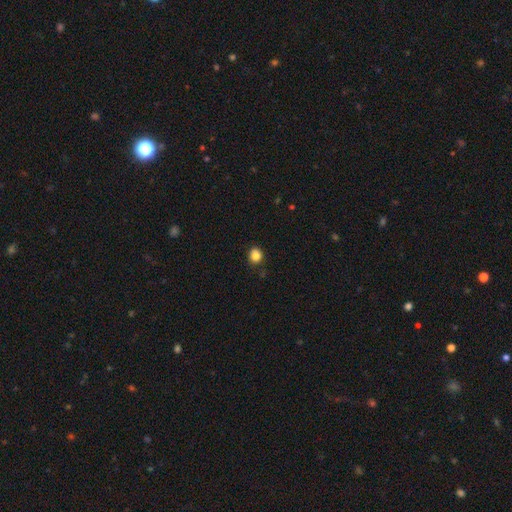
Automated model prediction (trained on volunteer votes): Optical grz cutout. It shows a smooth galaxy with no disk features (84%) that is round (77%). Merging: none (83%).